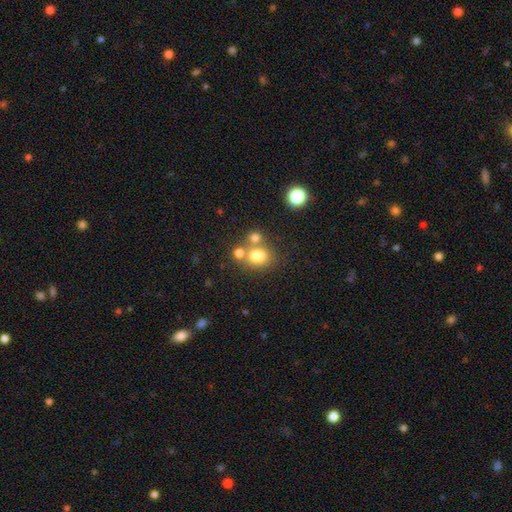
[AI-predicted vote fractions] The model was most divided on "how rounded": round: 53%, in between: 46%, cigar-shaped: 1%. Remaining: smooth or featured — smooth (73%); merging — none (50%).